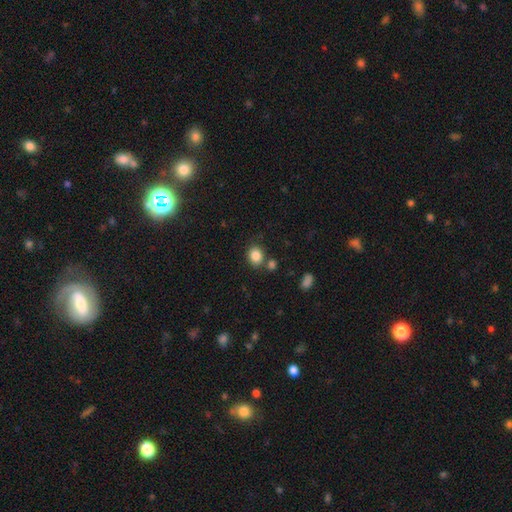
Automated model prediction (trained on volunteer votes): Overall: smooth (85%). How rounded: round (59%; in between 40%). Merging: none (73%).